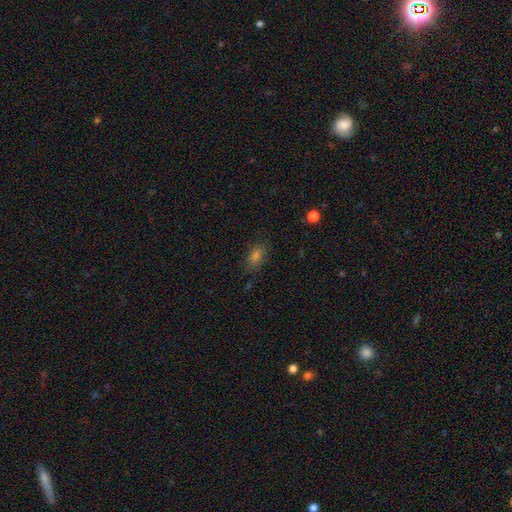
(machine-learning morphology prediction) This is likely a smooth galaxy (71%). How rounded: clearly in between (82%). Merging: clearly none (81%).